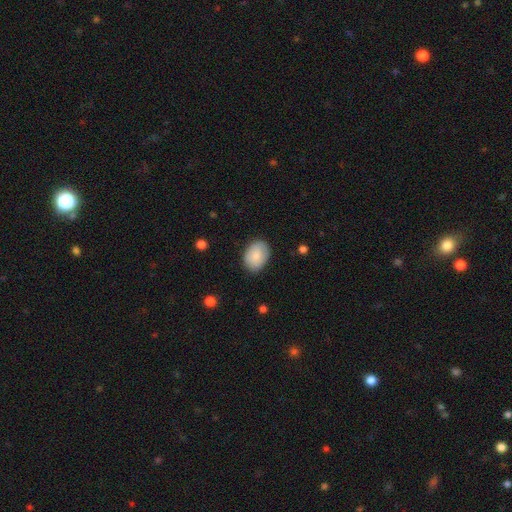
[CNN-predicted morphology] This appears to be a smooth galaxy with no disk features (85%) that is in between round and cigar-shaped (75%). Merging: none (82%).